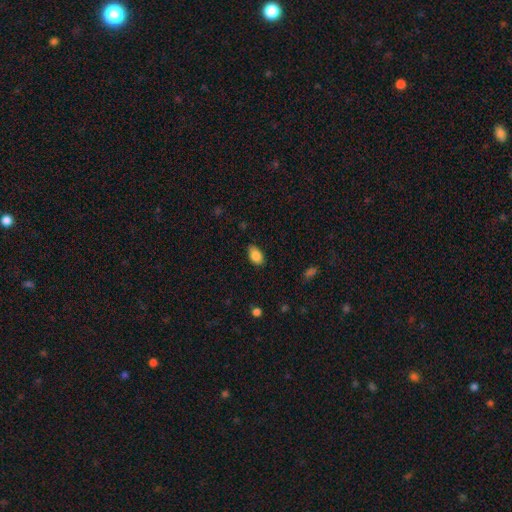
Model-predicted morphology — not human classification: A smooth galaxy with no disk features (85%) that is in between round and cigar-shaped (91%). Merging: none (80%).